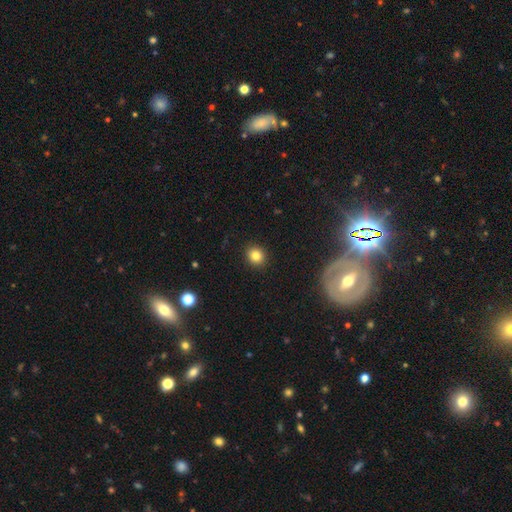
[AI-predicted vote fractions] smooth-or-featured: smooth: 83% | star or artifact: 11% | featured or disk: 6%
  how-rounded: round: 81% | in between: 18% | cigar-shaped: 1%
  merging: none: 91% | minor disturbance: 6% | major disturbance: 2% | merger: 1%